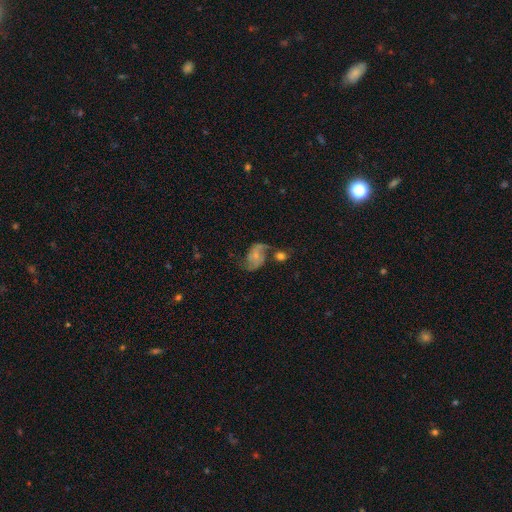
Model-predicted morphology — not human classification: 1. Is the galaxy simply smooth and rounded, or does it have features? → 66% featured or disk, 25% smooth, 9% star or artifact.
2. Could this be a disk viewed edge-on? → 97% no, 3% yes.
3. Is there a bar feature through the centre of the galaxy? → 65% no, 29% weak, 6% strong.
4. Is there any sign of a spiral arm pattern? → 87% yes, 13% no.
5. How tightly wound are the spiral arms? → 54% loose, 35% medium, 11% tight.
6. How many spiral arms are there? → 86% 2, 7% can't tell, 4% 1, 2% 3, 1% 4, 1% more than 4.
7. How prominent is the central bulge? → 58% small, 23% moderate, 15% none, 3% large, 1% dominant.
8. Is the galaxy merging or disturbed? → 40% none, 23% minor disturbance, 19% major disturbance, 18% merger.